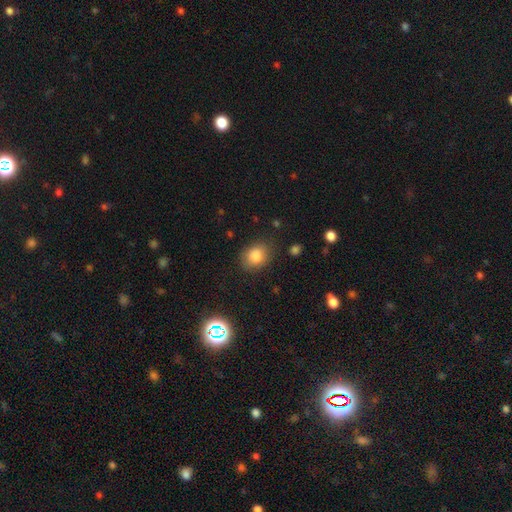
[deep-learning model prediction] smooth 83%, star or artifact 10%, featured or disk 6%. Down the decision tree: how rounded — in between (50%); merging — none (81%).